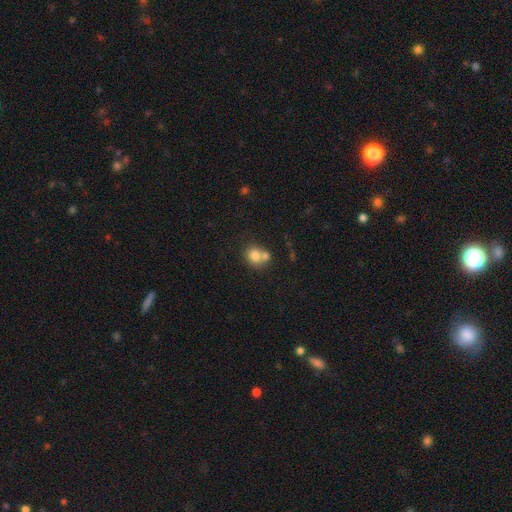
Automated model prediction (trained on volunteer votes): A smooth galaxy with no disk features (76%) that is round (72%).

Vote fractions:
- Smooth or featured? smooth: 76% / featured or disk: 14% / star or artifact: 10%
- How rounded? round: 72% / in between: 27% / cigar-shaped: 1%
- Merging? merger: 46% / none: 41% / minor disturbance: 9% / major disturbance: 4%